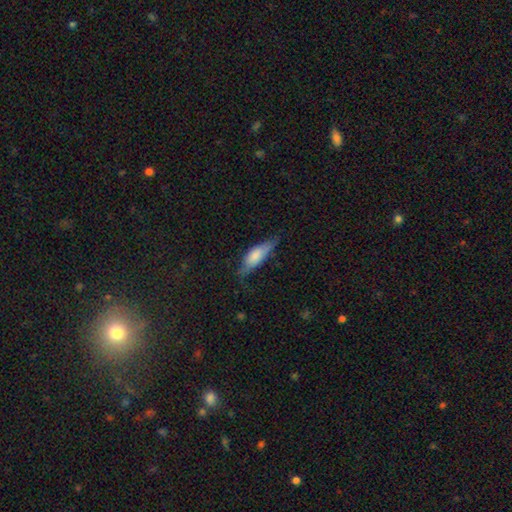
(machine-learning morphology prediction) Overall: smooth (63%; featured or disk 30%). How rounded: in between (58%; cigar-shaped 39%). Merging: none (56%; minor disturbance 32%).